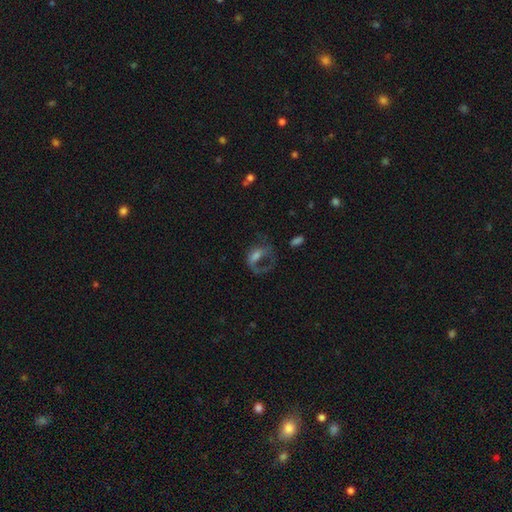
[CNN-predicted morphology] Overall: featured or disk (58%; smooth 26%). Edge-on disk: no (95%). Bar: no (59%; weak 30%). Spiral arms: yes (54%; no 46%). Bulge size: moderate (34%; small 31%). Merging: major disturbance (50%; none 32%).